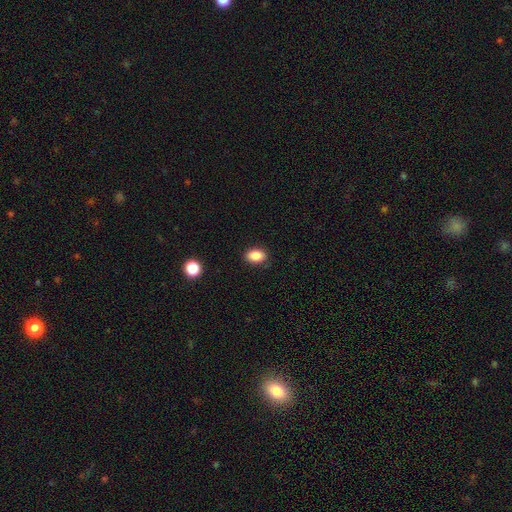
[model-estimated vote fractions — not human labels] The model was most divided on "how rounded": in between: 82%, round: 17%, cigar-shaped: 1%. More confident: merging — none (87%); smooth or featured — smooth (86%).